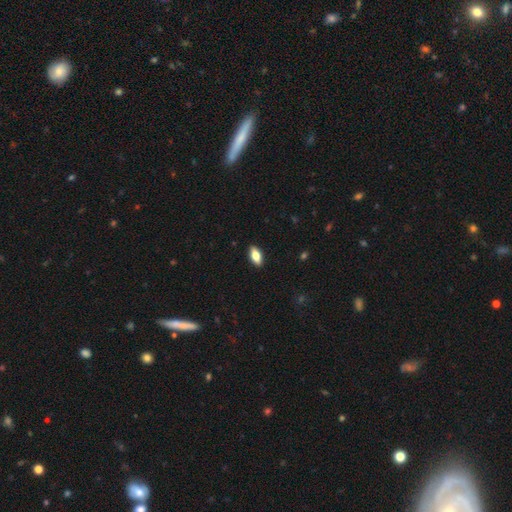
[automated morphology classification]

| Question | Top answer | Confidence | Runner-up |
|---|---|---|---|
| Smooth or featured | smooth | 73% | featured or disk (20%) |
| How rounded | in between | 85% | cigar-shaped (11%) |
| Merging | none | 89% | minor disturbance (8%) |